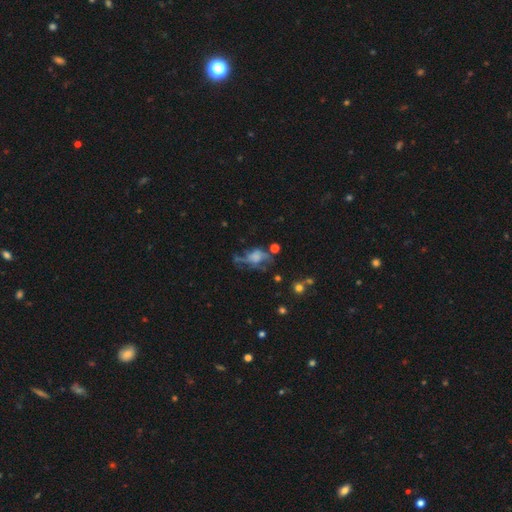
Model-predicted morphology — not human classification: This is possibly a featured or disk galaxy (50%). Merging: marginally none (38%).